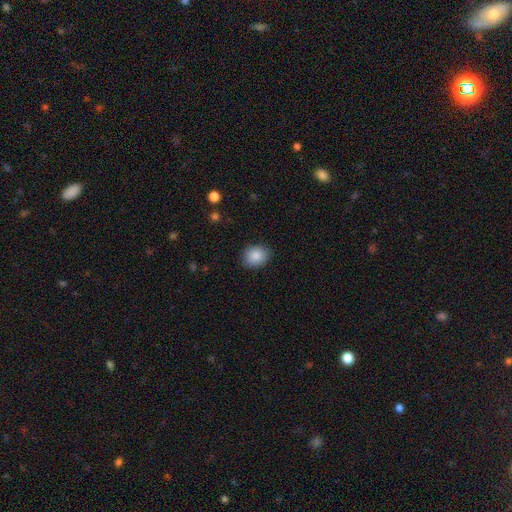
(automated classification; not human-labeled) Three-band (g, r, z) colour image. It shows a smooth galaxy with no disk features (87%) that is in between round and cigar-shaped (50%). Merging: none (86%).